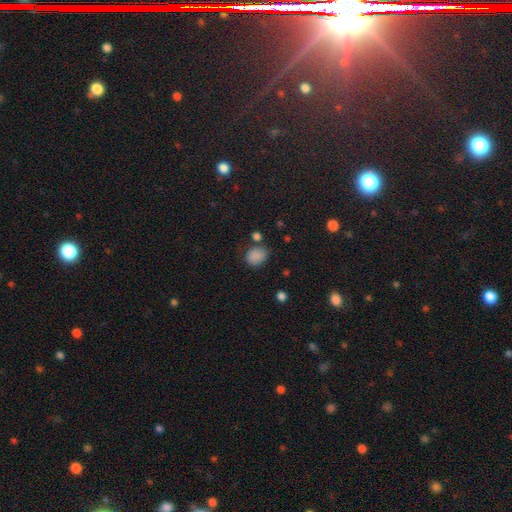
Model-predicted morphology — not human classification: Smooth or featured? smooth (85%)
How rounded? round (54%)
Merging? none (69%)